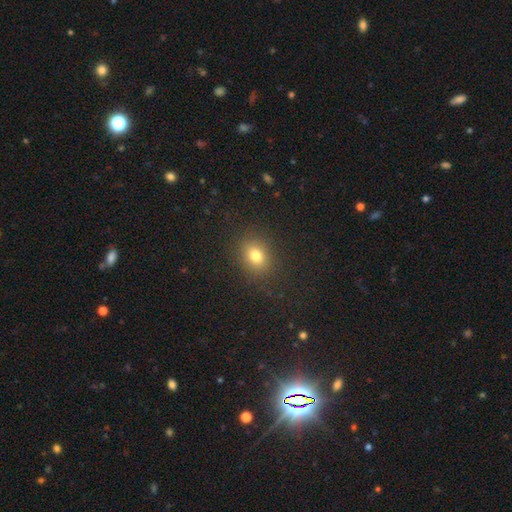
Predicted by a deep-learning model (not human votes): smooth-or-featured: smooth: 78% | star or artifact: 15% | featured or disk: 8%
  how-rounded: in between: 50% | round: 49% | cigar-shaped: 1%
  merging: none: 86% | minor disturbance: 9% | major disturbance: 4% | merger: 1%